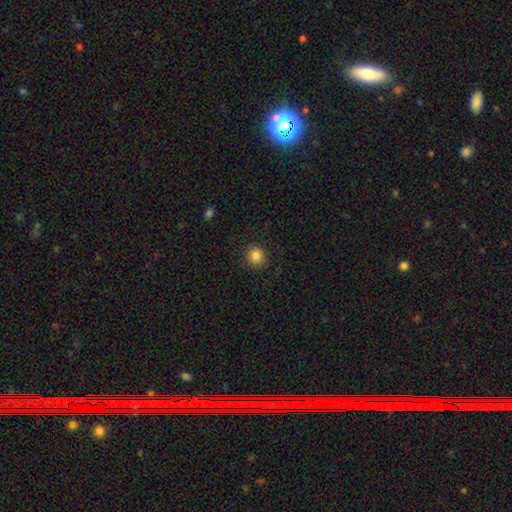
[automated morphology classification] smooth 84%, star or artifact 11%, featured or disk 5%. Down the decision tree: how rounded — round (91%); merging — none (90%).